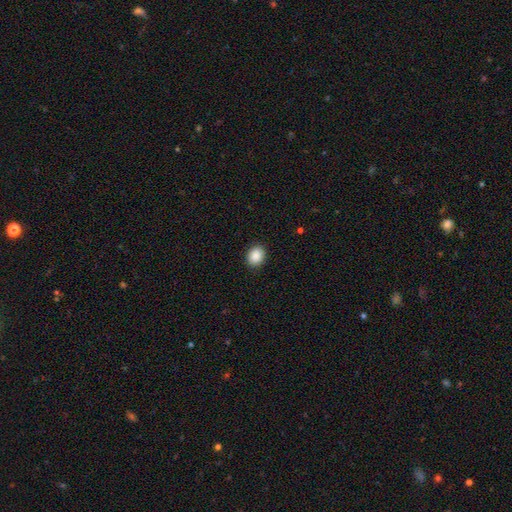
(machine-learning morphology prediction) Smooth or featured: smooth — 89% (star or artifact — 8%)
How rounded: round — 56% (in between — 43%)
Merging: none — 91% (minor disturbance — 6%)